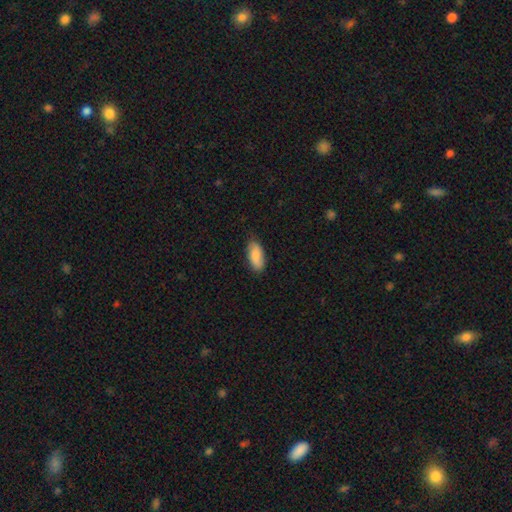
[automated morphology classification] Q: Smooth or featured?
A: smooth (83%); runner-up: featured or disk (12%)
Q: How rounded?
A: in between (89%); runner-up: cigar-shaped (9%)
Q: Merging?
A: none (81%); runner-up: minor disturbance (16%)